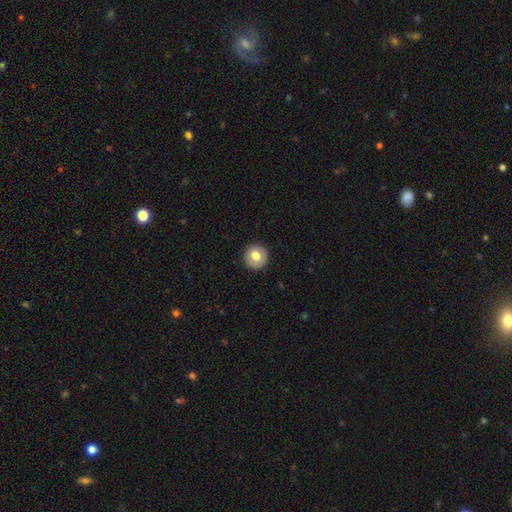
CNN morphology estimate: type=smooth (74%); roundness=round (95%); merging=none (92%).